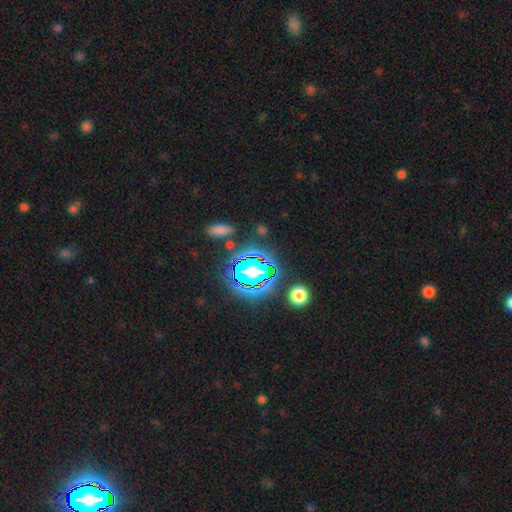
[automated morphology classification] smooth_or_featured: star or artifact (p=0.82) [alt: smooth p=0.11]